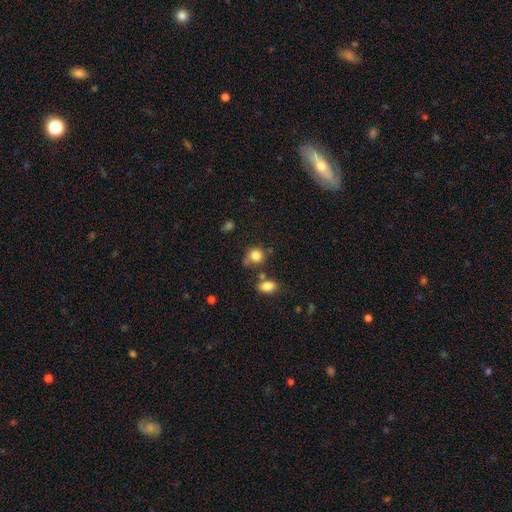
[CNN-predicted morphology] The model was most divided on "merging": none: 60%, minor disturbance: 19%, merger: 14%, major disturbance: 7%. More confident: smooth or featured — smooth (82%); how rounded — round (79%).